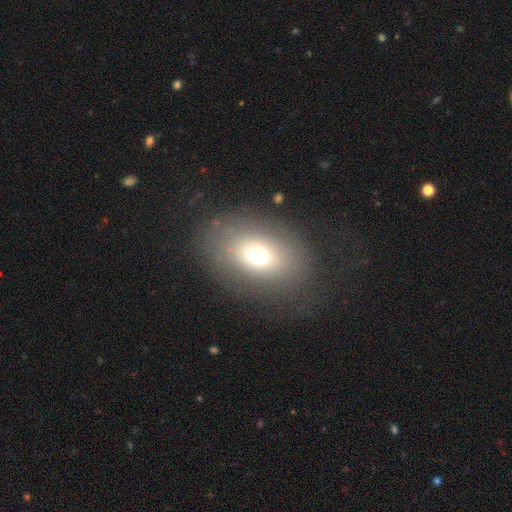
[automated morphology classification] This is likely a smooth galaxy (68%). How rounded: likely in between (78%). Merging: likely none (71%).